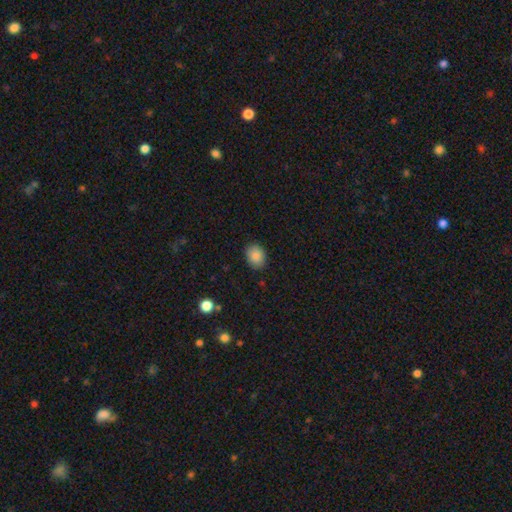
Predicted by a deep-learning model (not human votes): Smooth or featured? smooth (87%)
How rounded? in between (60%)
Merging? none (88%)